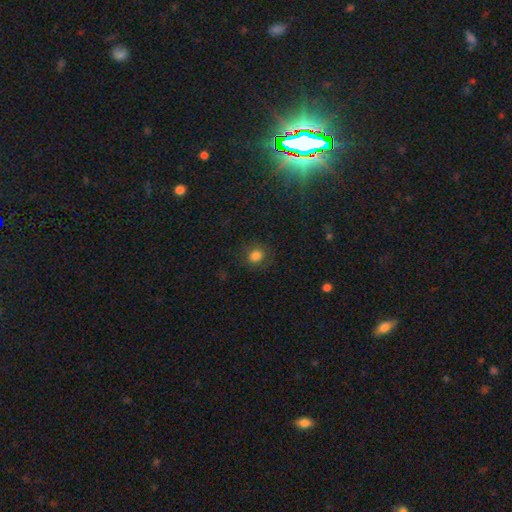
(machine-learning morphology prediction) Overall: smooth (79%). How rounded: round (70%). Merging: none (82%).